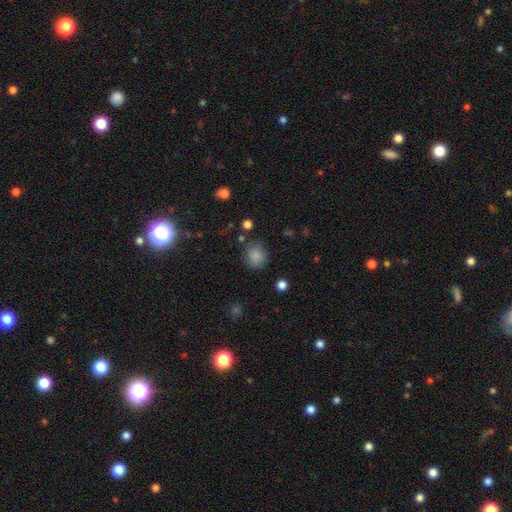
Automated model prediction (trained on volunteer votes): Overall: smooth (85%). How rounded: round (72%). Merging: none (78%).